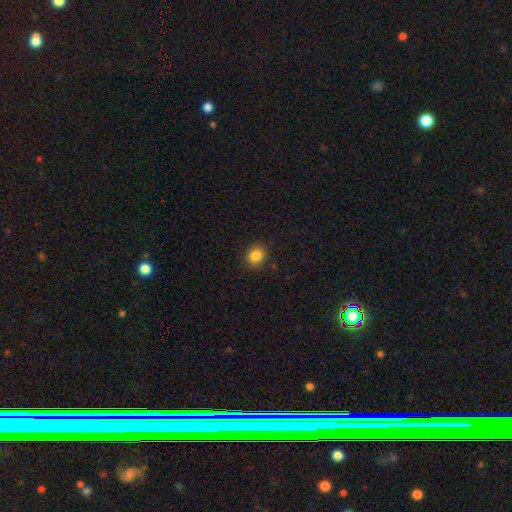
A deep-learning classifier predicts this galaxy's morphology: Smooth or featured? smooth (85%)
How rounded? round (81%)
Merging? none (89%)